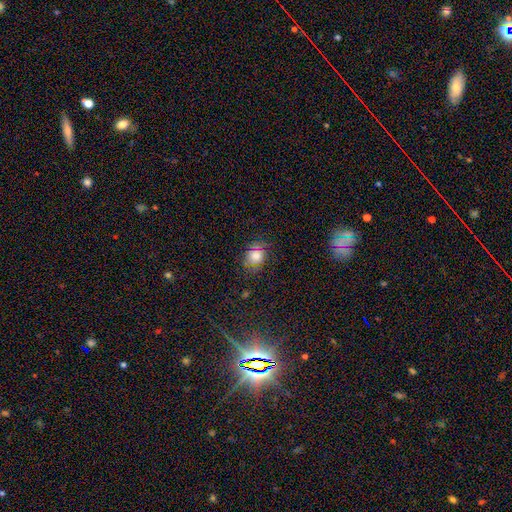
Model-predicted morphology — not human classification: This appears to be a smooth galaxy with no disk features (70%) that is round (52%). Merging: none (78%).